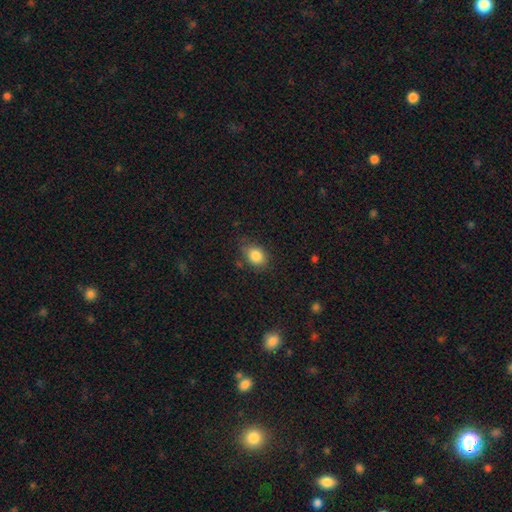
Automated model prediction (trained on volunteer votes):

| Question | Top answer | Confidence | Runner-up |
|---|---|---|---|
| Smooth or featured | smooth | 85% | star or artifact (9%) |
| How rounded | in between | 69% | round (30%) |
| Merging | none | 73% | minor disturbance (20%) |